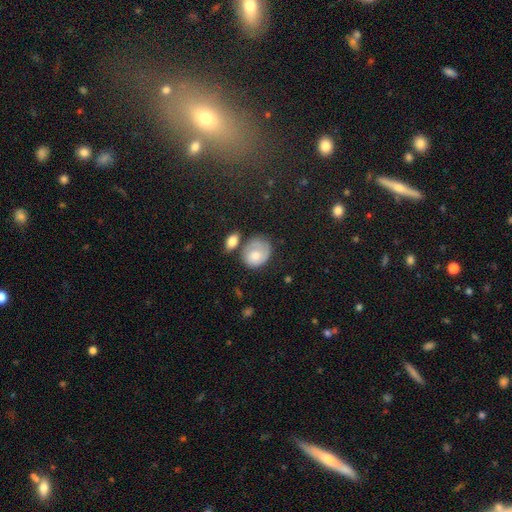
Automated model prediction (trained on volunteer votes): This is likely a smooth galaxy (63%). How rounded: possibly round (54%). Merging: marginally none (42%).